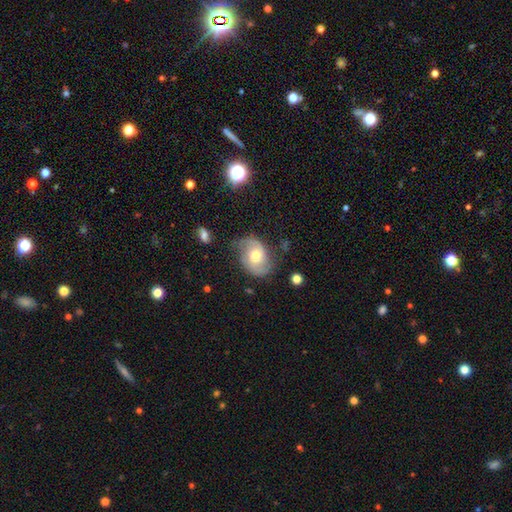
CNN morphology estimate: A featured or disk galaxy (66%) with no bar (66%), 2 (87%) medium (43%) spiral arms (87%) and a moderate central bulge (71%). Merging: none (65%).